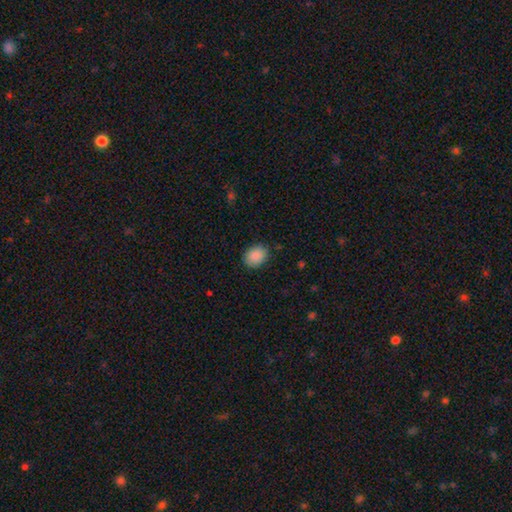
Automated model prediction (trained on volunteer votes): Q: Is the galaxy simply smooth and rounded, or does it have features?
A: smooth — 89%.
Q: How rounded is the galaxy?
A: in between — 61%.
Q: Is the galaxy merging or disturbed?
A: none — 85%.